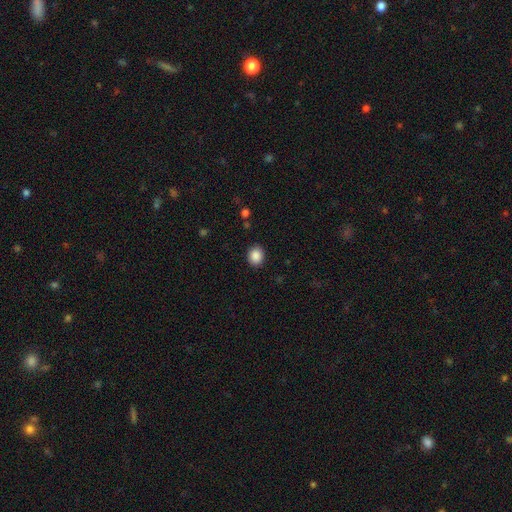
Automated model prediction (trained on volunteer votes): Smooth or featured: smooth — 88% (star or artifact — 9%)
How rounded: round — 67% (in between — 32%)
Merging: none — 89% (minor disturbance — 7%)